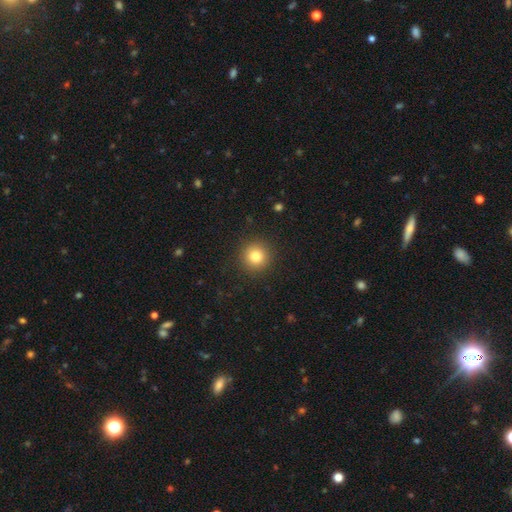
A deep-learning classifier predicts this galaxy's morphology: type=smooth (82%); roundness=round (94%); merging=none (91%).